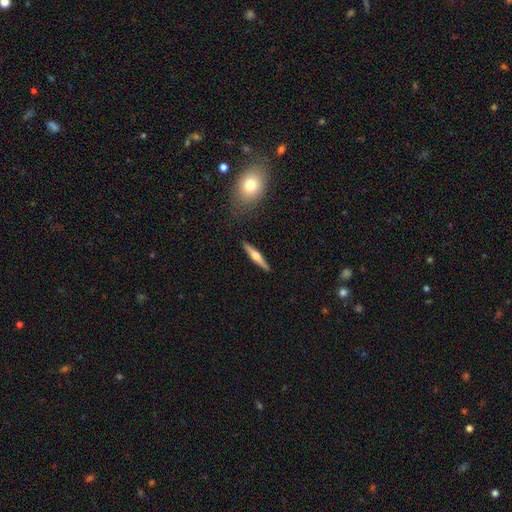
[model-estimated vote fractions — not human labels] This is possibly a featured or disk galaxy (56%). It is clearly viewed edge-on (96%). Edge-on bulge: clearly rounded (91%). Merging: clearly none (89%).